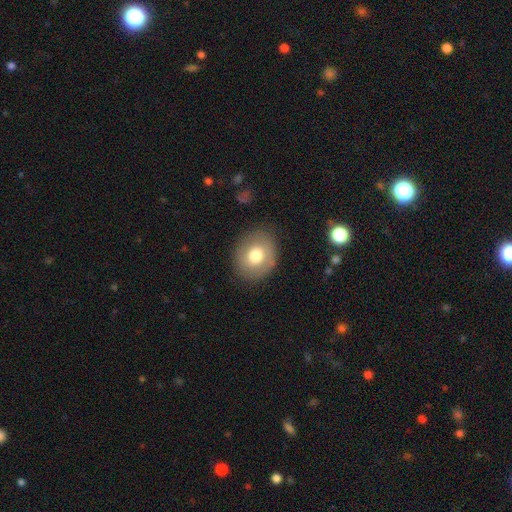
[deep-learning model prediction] This appears to be a smooth galaxy with no disk features (74%) that is round (61%). Merging: none (83%).